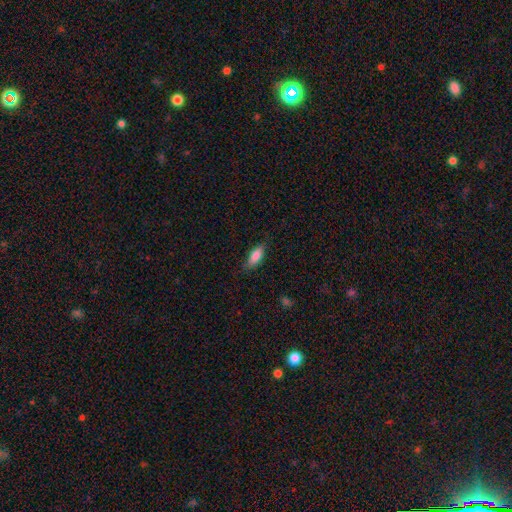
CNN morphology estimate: Smooth or featured?
  - smooth: 85% *
  - featured or disk: 9%
  - star or artifact: 6%
How rounded?
  - in between: 73% *
  - cigar-shaped: 25%
  - round: 2%
Merging?
  - none: 79% *
  - minor disturbance: 17%
  - major disturbance: 3%
  - merger: 1%